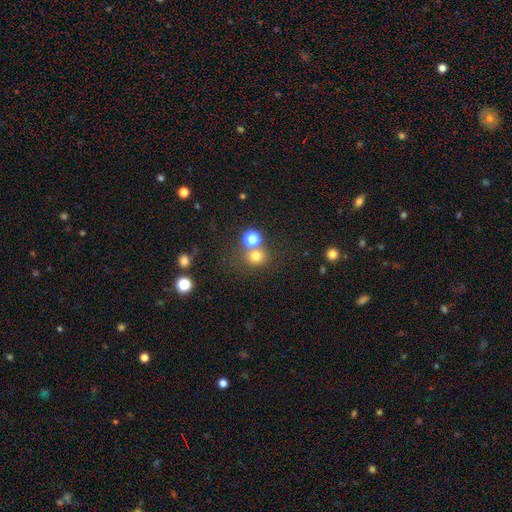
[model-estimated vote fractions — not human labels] Morphology: type=smooth (72%); roundness=round (86%); merging=none (67%).